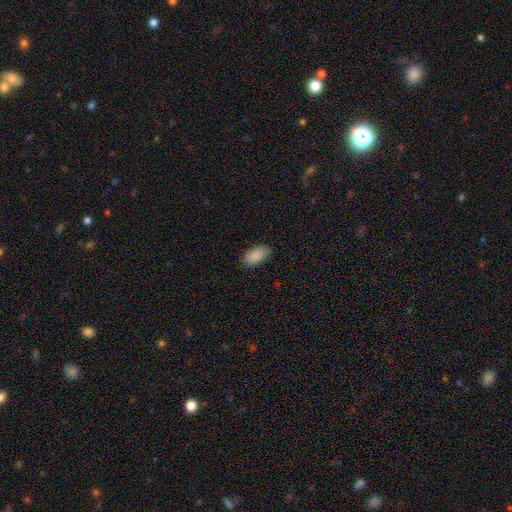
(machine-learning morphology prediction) This appears to be a smooth galaxy with no disk features (89%) that is in between round and cigar-shaped (94%). Merging: none (86%).